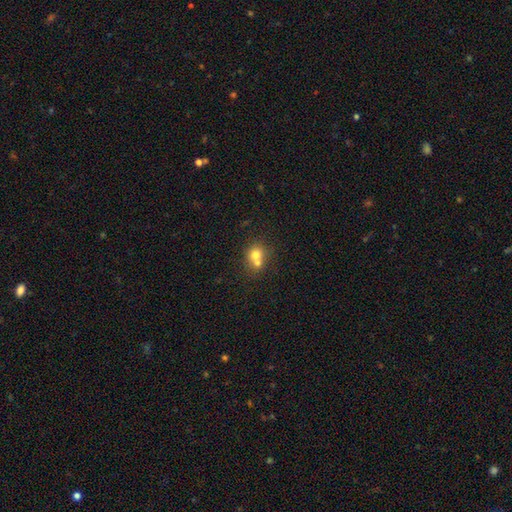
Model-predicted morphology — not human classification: This is likely a smooth galaxy (73%). How rounded: likely round (79%). Merging: possibly merger (56%).